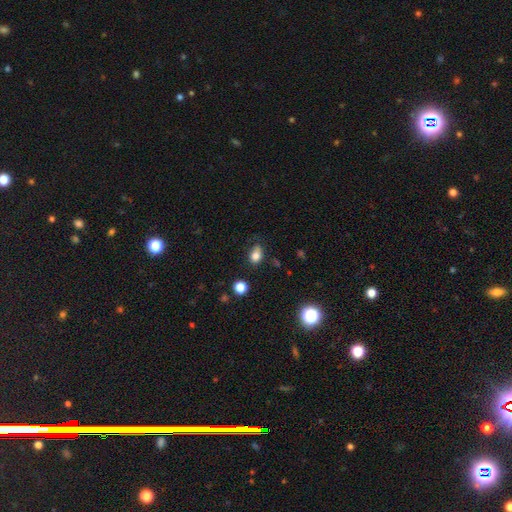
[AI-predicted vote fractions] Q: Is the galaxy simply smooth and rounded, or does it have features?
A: smooth — 81%.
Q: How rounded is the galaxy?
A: in between — 74%.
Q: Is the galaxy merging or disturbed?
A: none — 62%.